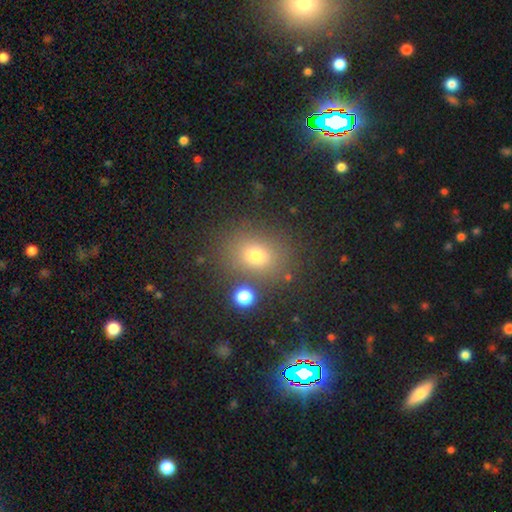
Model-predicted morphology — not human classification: A smooth galaxy with no disk features (71%) that is round (57%).

Vote fractions:
- Smooth or featured? smooth: 71% / star or artifact: 19% / featured or disk: 10%
- How rounded? round: 57% / in between: 42% / cigar-shaped: 1%
- Merging? none: 80% / minor disturbance: 10% / merger: 6% / major disturbance: 4%